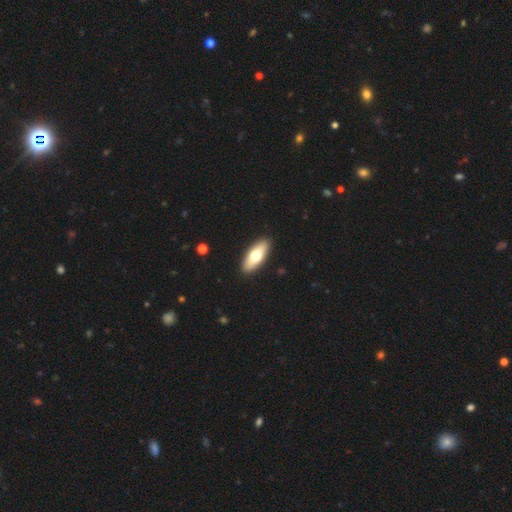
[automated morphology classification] Smooth or featured: smooth — 65% (featured or disk — 30%)
How rounded: in between — 73% (cigar-shaped — 24%)
Merging: none — 92% (minor disturbance — 6%)